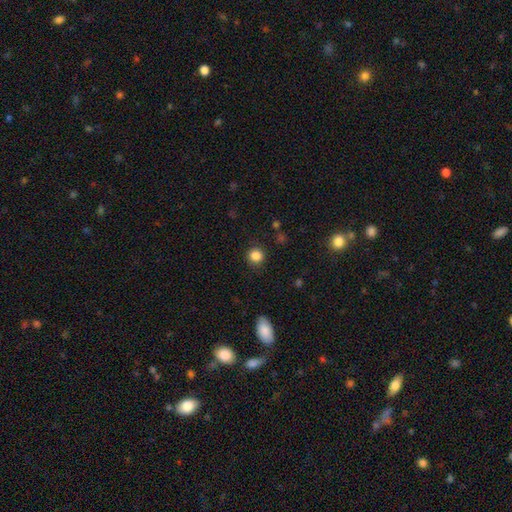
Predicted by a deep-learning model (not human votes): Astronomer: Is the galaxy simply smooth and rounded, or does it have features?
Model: smooth — 85%.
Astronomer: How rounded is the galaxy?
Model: round — 92%.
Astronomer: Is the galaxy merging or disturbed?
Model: none — 89%.